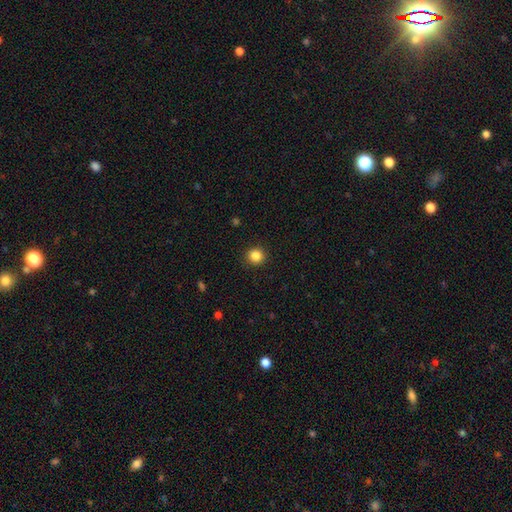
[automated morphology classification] This appears to be a smooth galaxy with no disk features (85%) that is round (92%). Merging: none (92%).